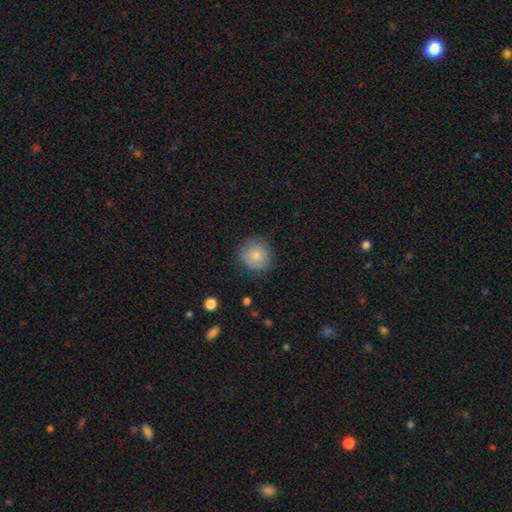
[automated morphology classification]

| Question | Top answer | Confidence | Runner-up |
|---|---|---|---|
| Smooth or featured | smooth | 84% | featured or disk (8%) |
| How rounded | round | 92% | in between (7%) |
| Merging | none | 83% | minor disturbance (13%) |